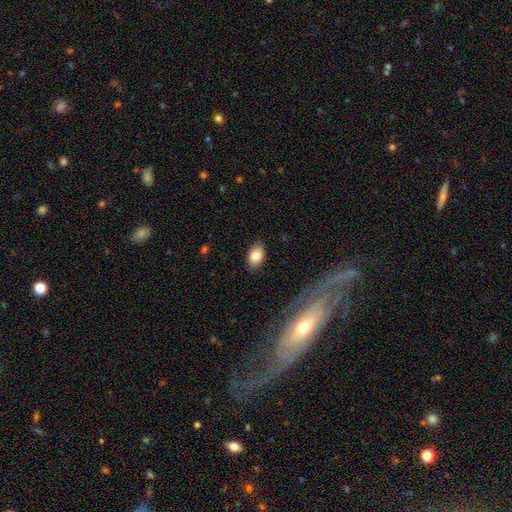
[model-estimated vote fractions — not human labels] Smooth or featured? smooth (83%)
How rounded? in between (88%)
Merging? none (86%)